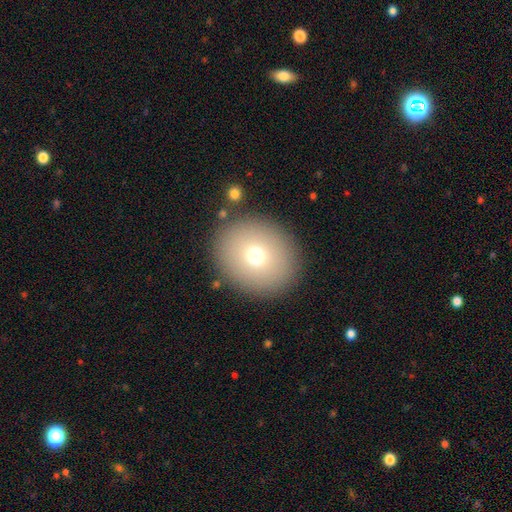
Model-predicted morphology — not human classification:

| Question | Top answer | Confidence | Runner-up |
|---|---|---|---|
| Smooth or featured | smooth | 71% | featured or disk (16%) |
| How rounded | round | 76% | in between (23%) |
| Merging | none | 87% | minor disturbance (7%) |